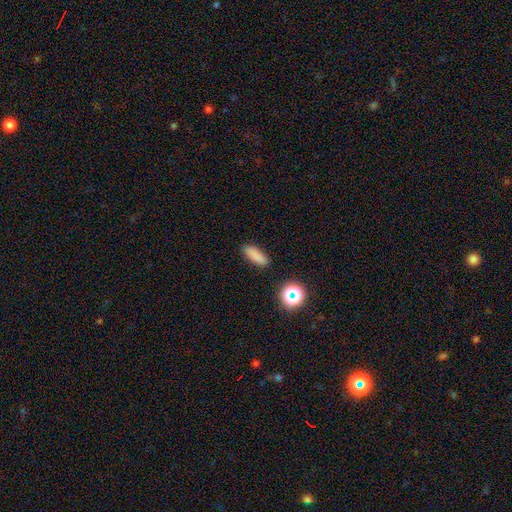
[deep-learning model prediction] The model was most divided on "how rounded": in between: 54%, cigar-shaped: 42%, round: 4%. More confident: merging — none (87%); smooth or featured — smooth (82%).